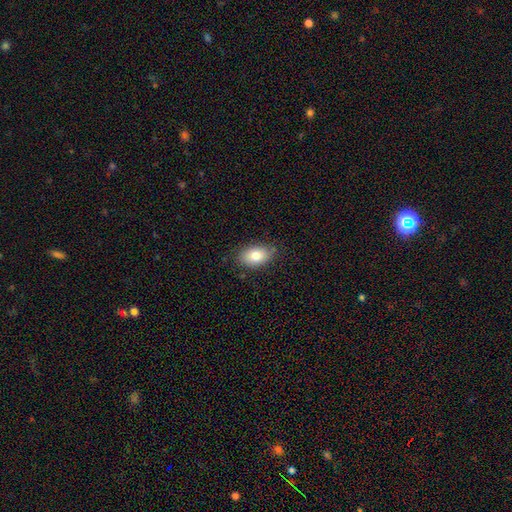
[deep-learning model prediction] Smooth or featured? Predicted: smooth (p=0.79). How rounded? Predicted: in between (p=0.88). Merging? Predicted: none (p=0.80).